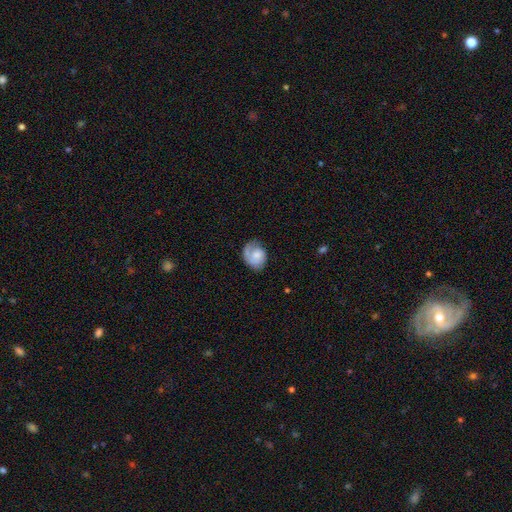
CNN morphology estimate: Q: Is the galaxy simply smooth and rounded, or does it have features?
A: featured or disk — 47%.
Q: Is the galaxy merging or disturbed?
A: none — 57%.